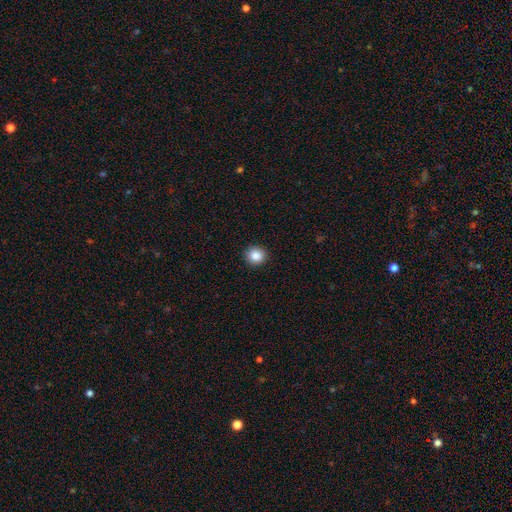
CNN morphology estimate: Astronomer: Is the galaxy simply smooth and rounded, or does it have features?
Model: smooth — 87%.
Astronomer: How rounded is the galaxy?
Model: round — 91%.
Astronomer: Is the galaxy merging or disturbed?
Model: none — 92%.